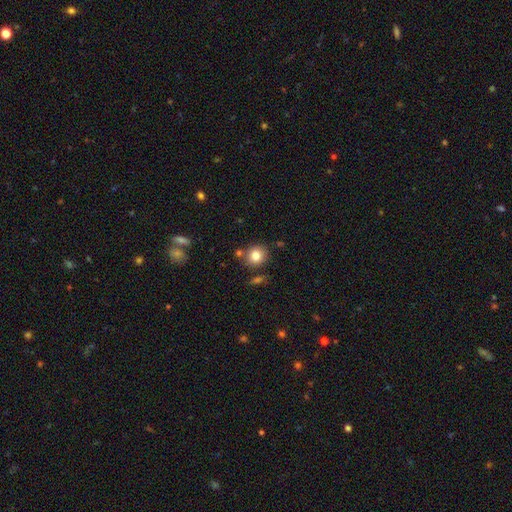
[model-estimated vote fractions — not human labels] This is clearly a smooth galaxy (82%). How rounded: clearly round (82%). Merging: likely none (77%).